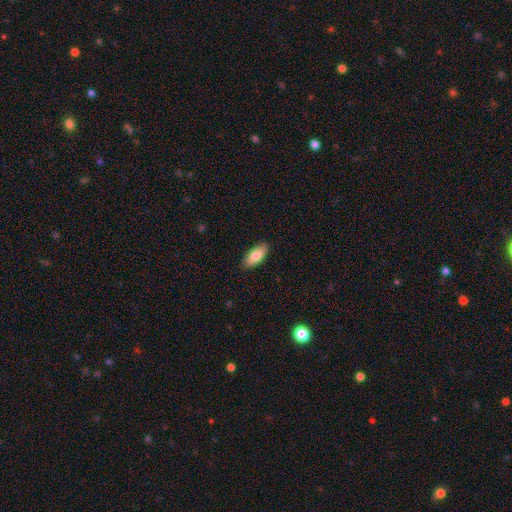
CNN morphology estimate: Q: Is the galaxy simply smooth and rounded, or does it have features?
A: smooth — 83%.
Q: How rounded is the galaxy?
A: in between — 84%.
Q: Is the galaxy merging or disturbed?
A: none — 88%.